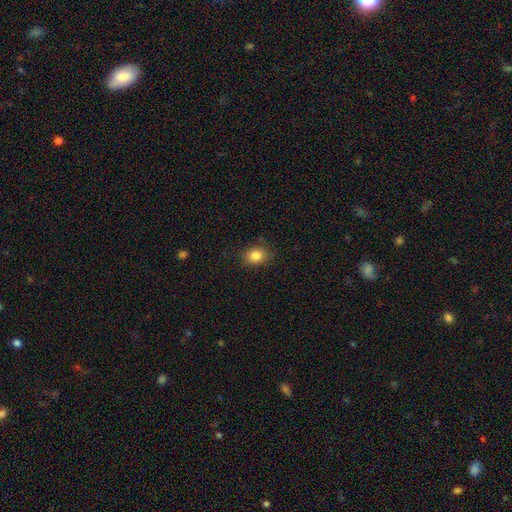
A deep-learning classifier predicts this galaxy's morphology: Smooth or featured? smooth (84%)
How rounded? in between (50%)
Merging? none (82%)